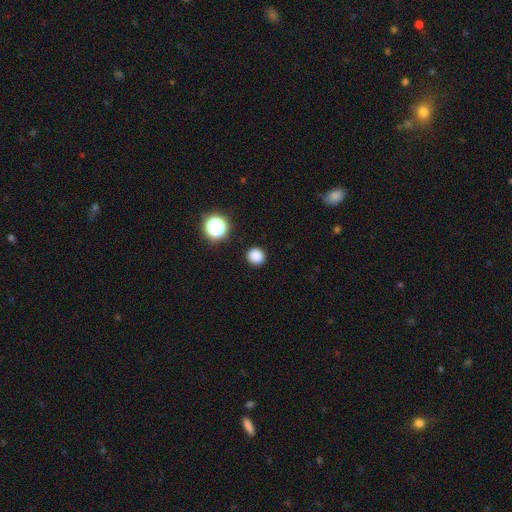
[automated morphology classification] smooth 84%, star or artifact 13%, featured or disk 3%. Down the decision tree: how rounded — round (90%); merging — none (91%).